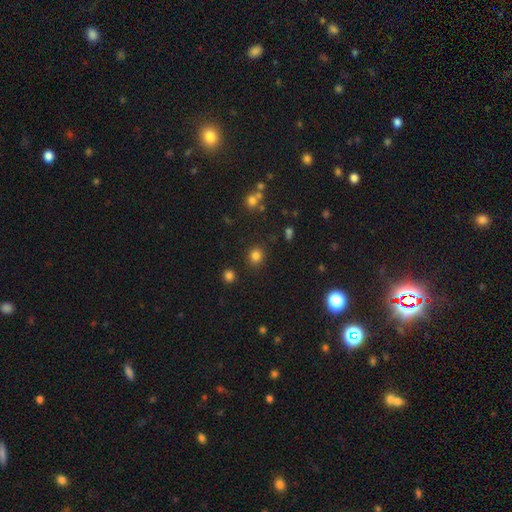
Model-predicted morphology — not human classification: A smooth galaxy with no disk features (81%) that is round (83%).

Vote fractions:
- Smooth or featured? smooth: 81% / star or artifact: 14% / featured or disk: 5%
- How rounded? round: 83% / in between: 16% / cigar-shaped: 1%
- Merging? none: 87% / minor disturbance: 8% / merger: 3% / major disturbance: 3%